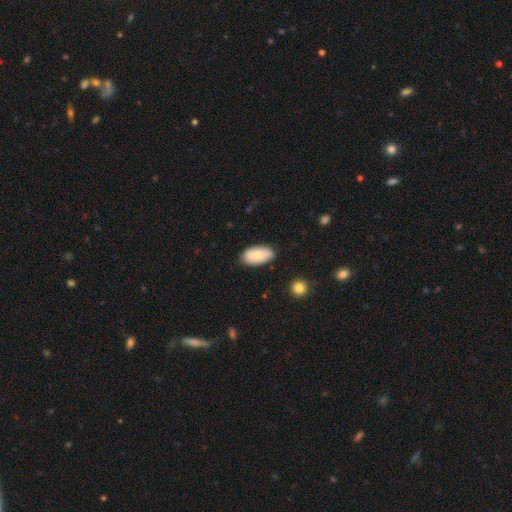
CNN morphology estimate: smooth 71%, featured or disk 23%, star or artifact 6%. Down the decision tree: how rounded — in between (94%); merging — none (82%).